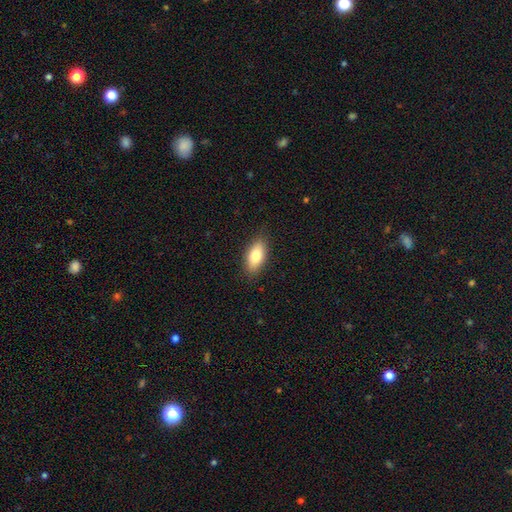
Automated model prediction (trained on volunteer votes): A smooth galaxy with no disk features (78%) that is in between round and cigar-shaped (87%). Merging: none (87%).